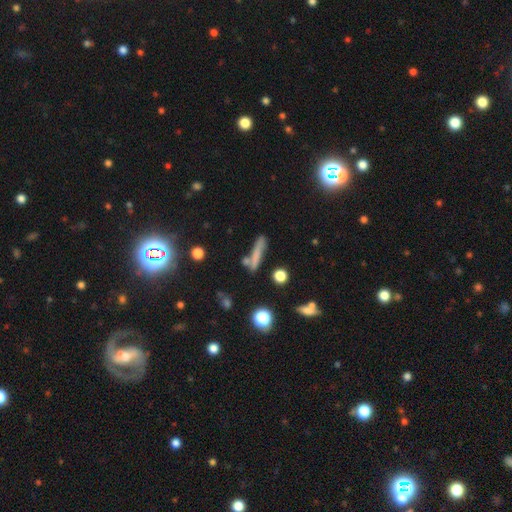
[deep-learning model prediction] Smooth or featured?
  - smooth: 64% *
  - featured or disk: 24%
  - star or artifact: 12%
How rounded?
  - cigar-shaped: 84% *
  - in between: 11%
  - round: 5%
Merging?
  - none: 60% *
  - minor disturbance: 18%
  - merger: 15%
  - major disturbance: 7%